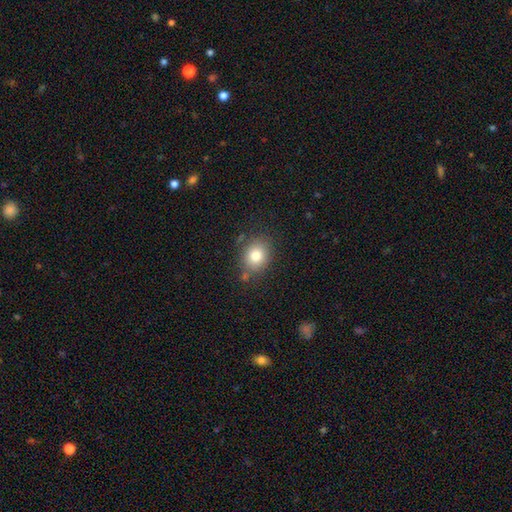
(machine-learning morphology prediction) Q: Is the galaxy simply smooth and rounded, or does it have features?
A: smooth — 79%.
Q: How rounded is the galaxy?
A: round — 62%.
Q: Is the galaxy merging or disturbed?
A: none — 78%.